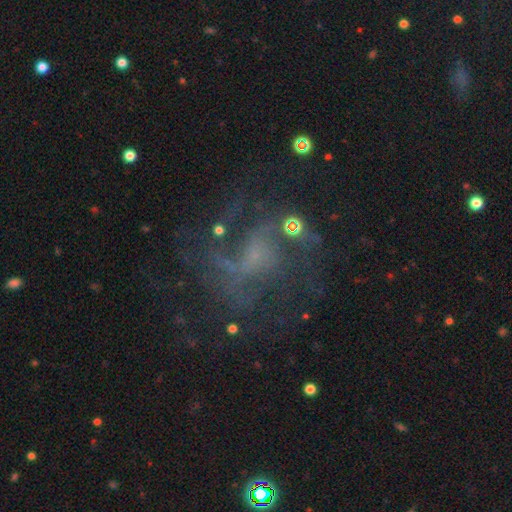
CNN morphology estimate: smooth_or_featured: featured or disk (p=0.74) [alt: star or artifact p=0.16]
disk_edge_on: no (p=0.98) [alt: yes p=0.02]
bar: no (p=0.57) [alt: weak p=0.34]
has_spiral_arms: yes (p=0.83) [alt: no p=0.17]
spiral_winding: medium (p=0.43) [alt: loose p=0.41]
spiral_arm_count: 2 (p=0.35) [alt: can't tell p=0.26]
bulge_size: small (p=0.53) [alt: none p=0.30]
merging: none (p=0.54) [alt: major disturbance p=0.25]